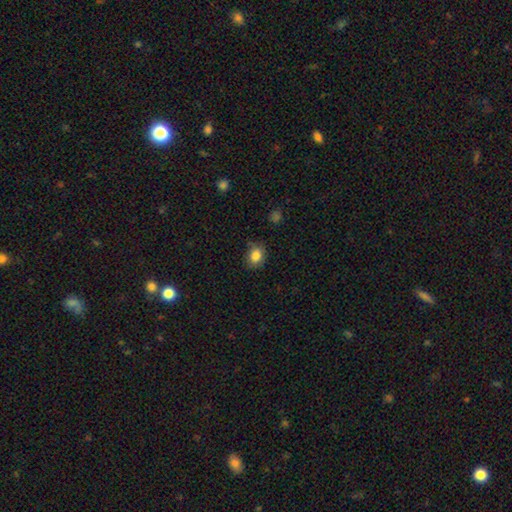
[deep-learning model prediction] Smooth or featured: smooth — 84% (star or artifact — 10%)
How rounded: round — 52% (in between — 47%)
Merging: none — 74% (minor disturbance — 20%)